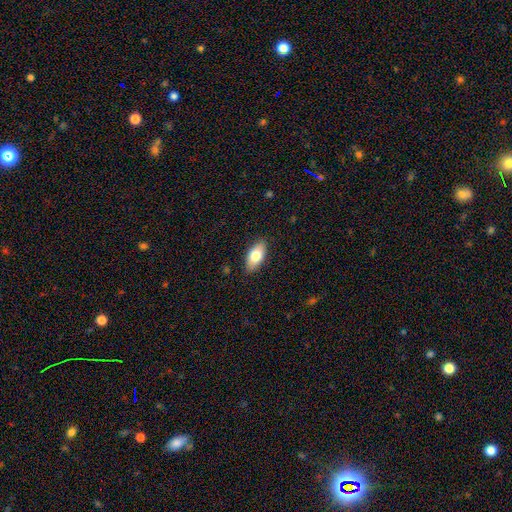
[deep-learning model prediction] Smooth or featured?
  - smooth: 77% *
  - featured or disk: 17%
  - star or artifact: 6%
How rounded?
  - in between: 90% *
  - cigar-shaped: 7%
  - round: 3%
Merging?
  - none: 87% *
  - minor disturbance: 10%
  - major disturbance: 2%
  - merger: 1%